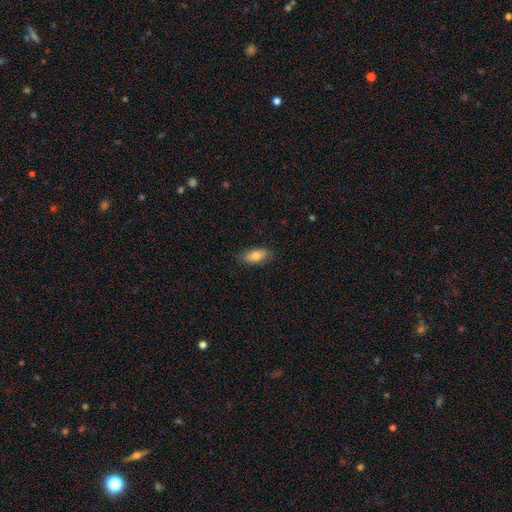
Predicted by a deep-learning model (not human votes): This appears to be a smooth galaxy with no disk features (77%) that is in between round and cigar-shaped (86%). Merging: none (83%).